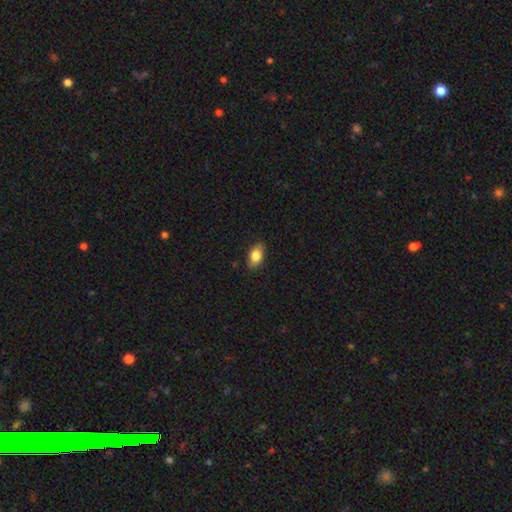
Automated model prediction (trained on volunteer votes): A smooth galaxy with no disk features (83%) that is in between round and cigar-shaped (88%).

Vote fractions:
- Smooth or featured? smooth: 83% / featured or disk: 10% / star or artifact: 7%
- How rounded? in between: 88% / round: 9% / cigar-shaped: 3%
- Merging? none: 86% / minor disturbance: 11% / major disturbance: 2% / merger: 1%